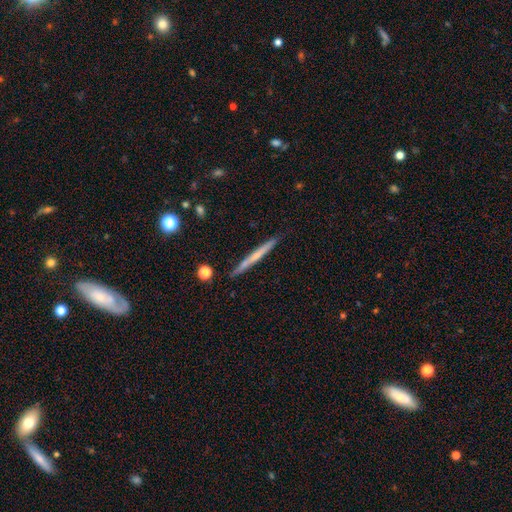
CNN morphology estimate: Smooth or featured: featured or disk — 50% (smooth — 44%)
Merging: none — 91% (minor disturbance — 7%)